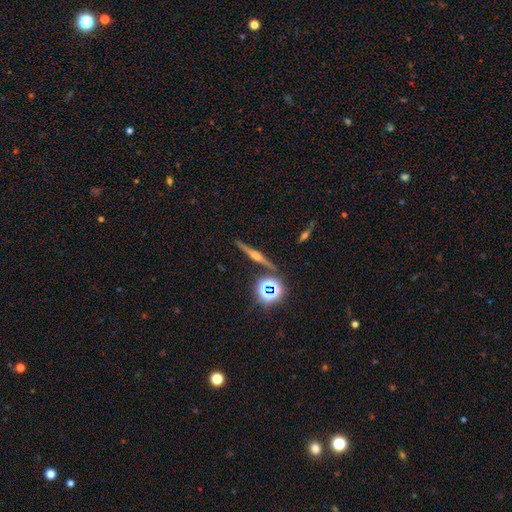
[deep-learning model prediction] Q: Smooth or featured?
A: featured or disk (73%); runner-up: star or artifact (15%)
Q: Edge-on disk?
A: yes (97%); runner-up: no (3%)
Q: Edge-on bulge?
A: rounded (89%); runner-up: boxy (7%)
Q: Merging?
A: none (90%); runner-up: minor disturbance (6%)